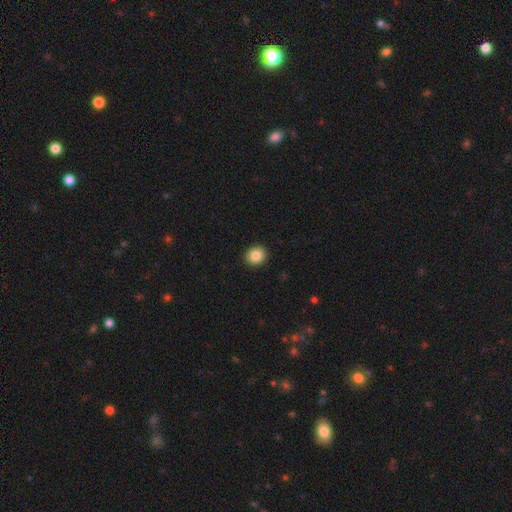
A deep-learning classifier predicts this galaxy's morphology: smooth 85%, star or artifact 9%, featured or disk 6%. Down the decision tree: how rounded — round (79%); merging — none (92%).